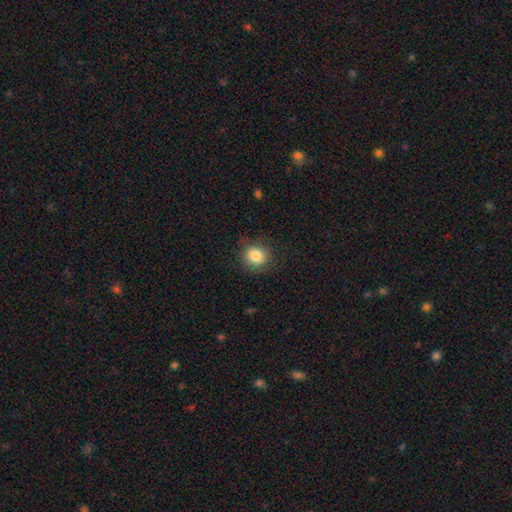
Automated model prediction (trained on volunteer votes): Smooth or featured: smooth — 84% (star or artifact — 10%)
How rounded: round — 81% (in between — 18%)
Merging: none — 85% (minor disturbance — 11%)